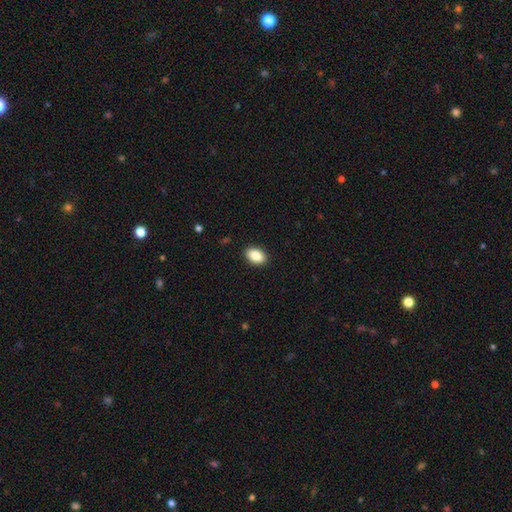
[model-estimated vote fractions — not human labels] smooth-or-featured: smooth: 87% | star or artifact: 7% | featured or disk: 6%
  how-rounded: in between: 89% | round: 10% | cigar-shaped: 1%
  merging: none: 91% | minor disturbance: 7% | major disturbance: 2% | merger: 1%